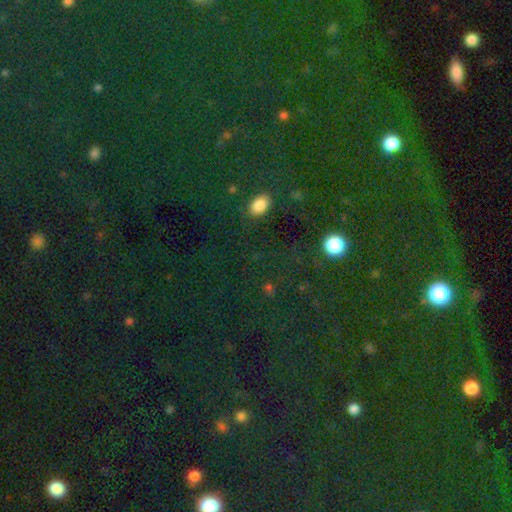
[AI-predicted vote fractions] Overall: star or artifact (75%).